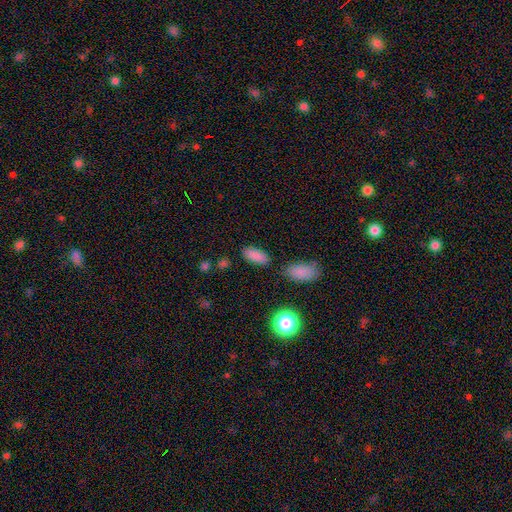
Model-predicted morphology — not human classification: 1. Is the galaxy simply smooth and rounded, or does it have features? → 86% smooth, 10% star or artifact, 4% featured or disk.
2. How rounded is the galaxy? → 87% in between, 10% cigar-shaped, 3% round.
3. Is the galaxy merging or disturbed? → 80% none, 11% minor disturbance, 6% merger, 3% major disturbance.